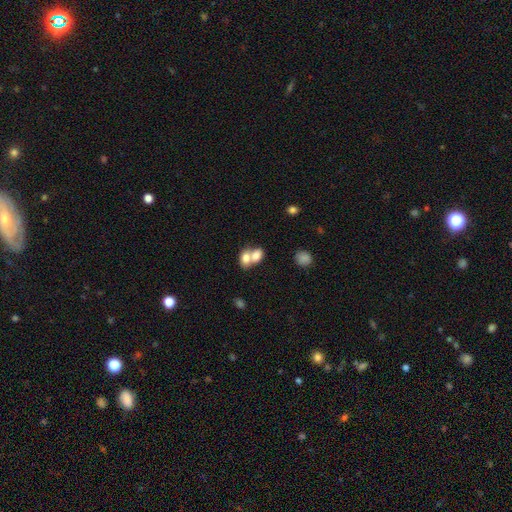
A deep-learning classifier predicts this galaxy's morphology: Q: Smooth or featured?
A: smooth (75%); runner-up: featured or disk (17%)
Q: How rounded?
A: in between (69%); runner-up: round (30%)
Q: Merging?
A: merger (73%); runner-up: none (18%)